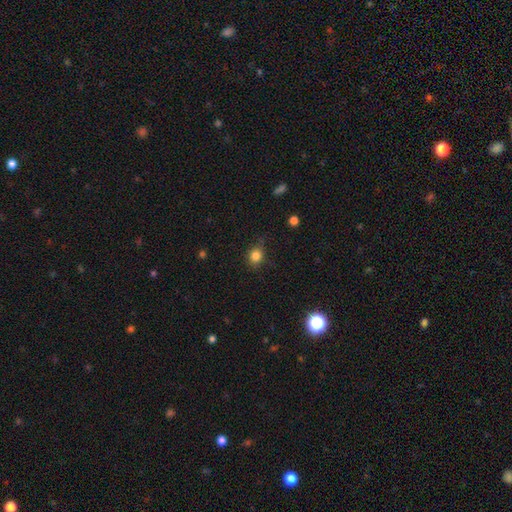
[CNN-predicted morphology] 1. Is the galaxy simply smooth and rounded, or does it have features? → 83% smooth, 12% star or artifact, 5% featured or disk.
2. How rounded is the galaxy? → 72% round, 27% in between, 1% cigar-shaped.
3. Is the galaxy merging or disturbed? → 76% none, 18% minor disturbance, 4% major disturbance, 2% merger.